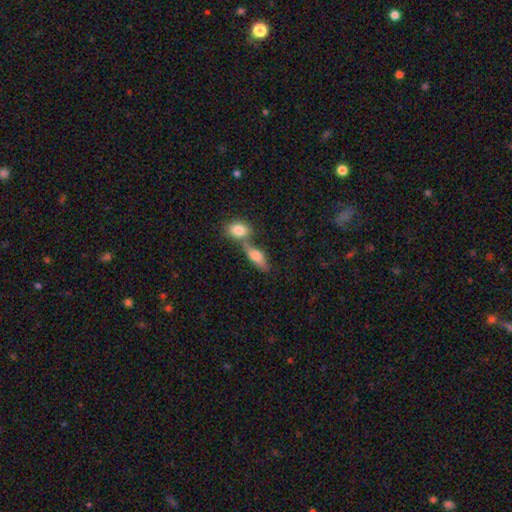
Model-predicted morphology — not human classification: smooth-or-featured: smooth: 70% | featured or disk: 22% | star or artifact: 7%
  how-rounded: in between: 69% | cigar-shaped: 24% | round: 6%
  merging: merger: 47% | none: 38% | minor disturbance: 10% | major disturbance: 5%